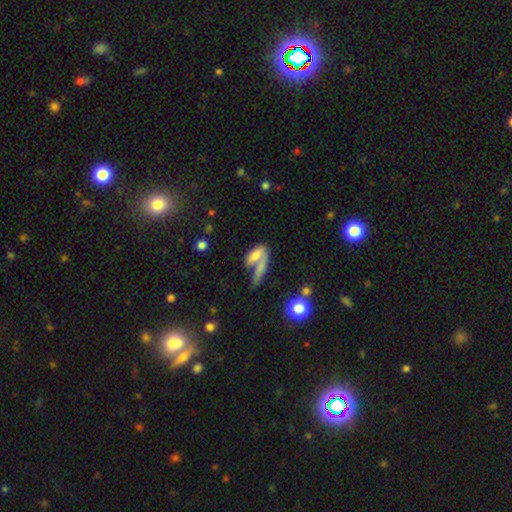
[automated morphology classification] smooth 68%, featured or disk 23%, star or artifact 10%. Down the decision tree: how rounded — in between (71%); merging — merger (52%).